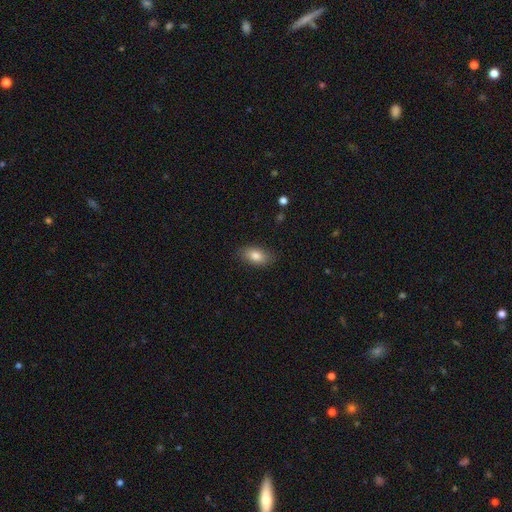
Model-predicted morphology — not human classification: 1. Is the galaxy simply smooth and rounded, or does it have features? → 82% smooth, 11% featured or disk, 7% star or artifact.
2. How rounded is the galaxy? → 90% in between, 5% round, 5% cigar-shaped.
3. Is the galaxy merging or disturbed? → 84% none, 12% minor disturbance, 3% major disturbance, 1% merger.